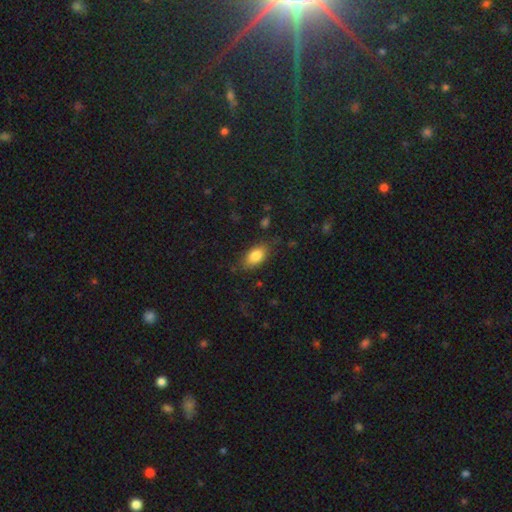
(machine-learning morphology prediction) This is clearly a smooth galaxy (83%). How rounded: clearly in between (89%). Merging: likely none (75%).